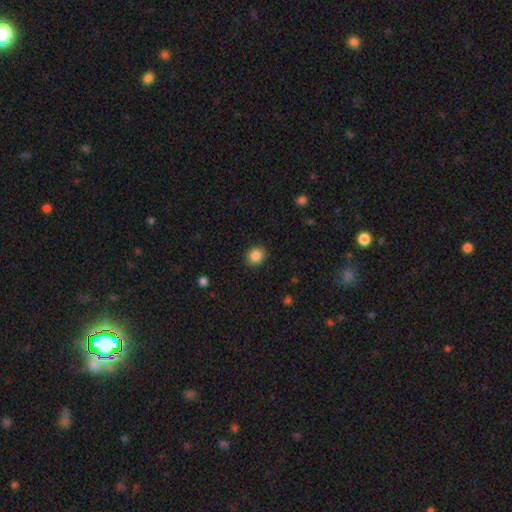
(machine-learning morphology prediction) type=smooth (87%); roundness=round (77%); merging=none (90%).